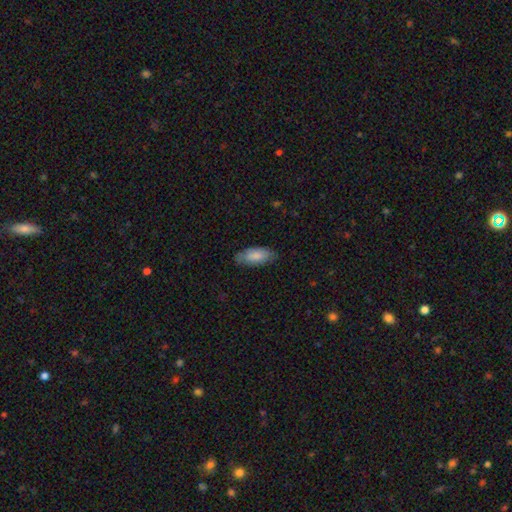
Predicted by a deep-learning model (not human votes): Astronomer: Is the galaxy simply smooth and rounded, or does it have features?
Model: smooth — 80%.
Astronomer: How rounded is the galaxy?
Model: in between — 86%.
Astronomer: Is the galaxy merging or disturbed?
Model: none — 73%.